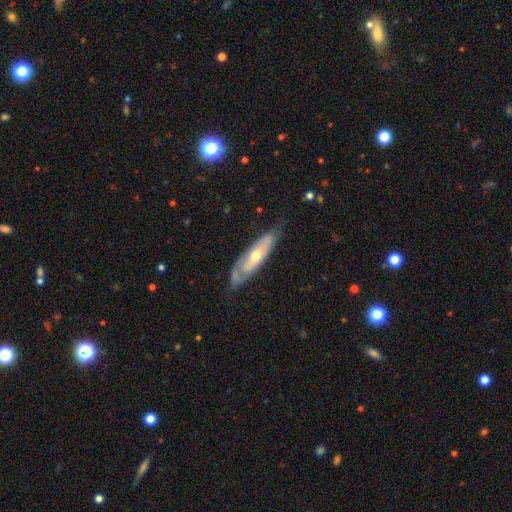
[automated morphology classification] Smooth or featured? featured or disk (65%)
Edge-on disk? no (67%)
Merging? none (64%)